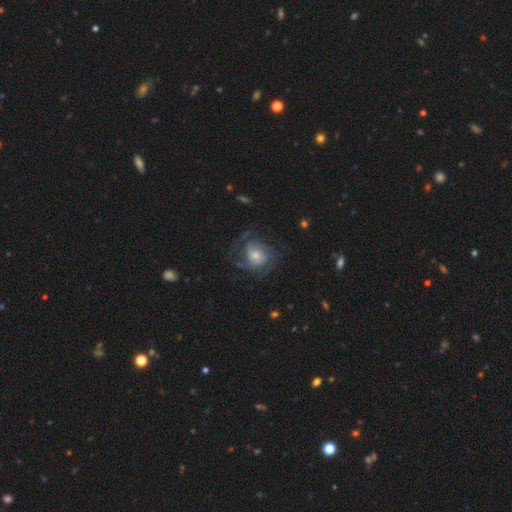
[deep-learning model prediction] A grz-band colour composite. It shows a featured or disk galaxy (64%) with no bar (71%), medium (43%) spiral arms (85%) and a moderate central bulge (45%). Merging: none (56%).